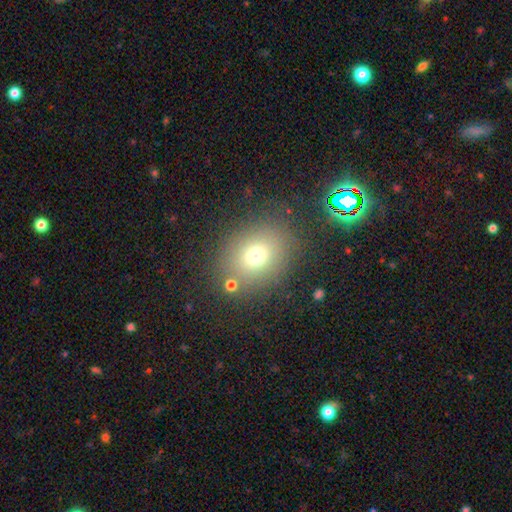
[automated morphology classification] This appears to be a smooth galaxy with no disk features (71%) that is round (52%). Merging: none (78%).